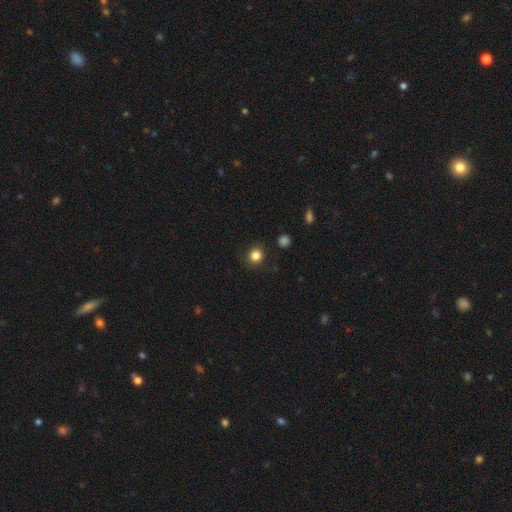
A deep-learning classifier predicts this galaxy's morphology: Q: Smooth or featured?
A: smooth (84%); runner-up: star or artifact (12%)
Q: How rounded?
A: round (88%); runner-up: in between (11%)
Q: Merging?
A: none (88%); runner-up: minor disturbance (8%)